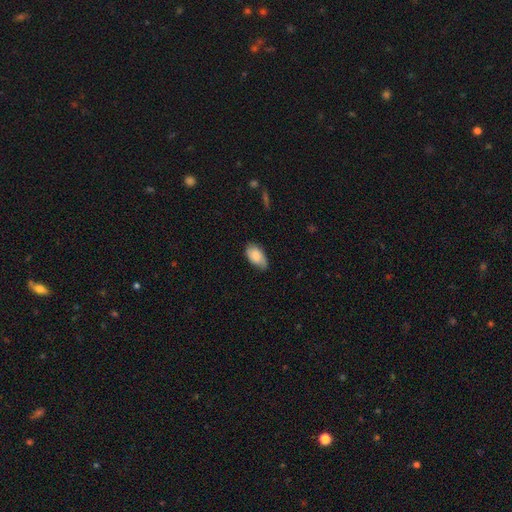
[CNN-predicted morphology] Q: Smooth or featured?
A: smooth (82%); runner-up: featured or disk (11%)
Q: How rounded?
A: in between (94%); runner-up: round (4%)
Q: Merging?
A: none (67%); runner-up: minor disturbance (27%)